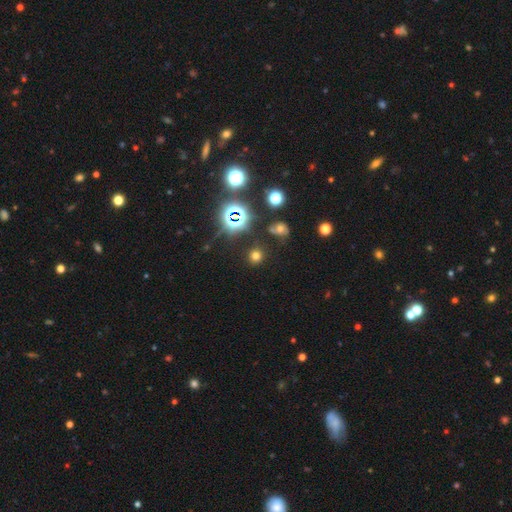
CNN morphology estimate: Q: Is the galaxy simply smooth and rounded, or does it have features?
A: smooth — 63%.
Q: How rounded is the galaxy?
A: round — 85%.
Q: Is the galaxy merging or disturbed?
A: none — 83%.